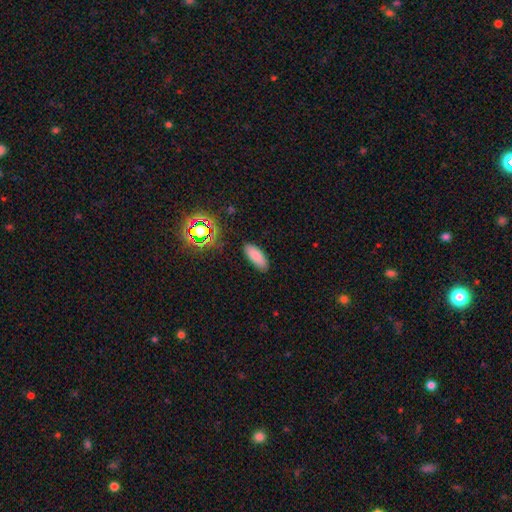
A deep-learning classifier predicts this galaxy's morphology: Smooth or featured? smooth (81%)
How rounded? in between (74%)
Merging? none (86%)